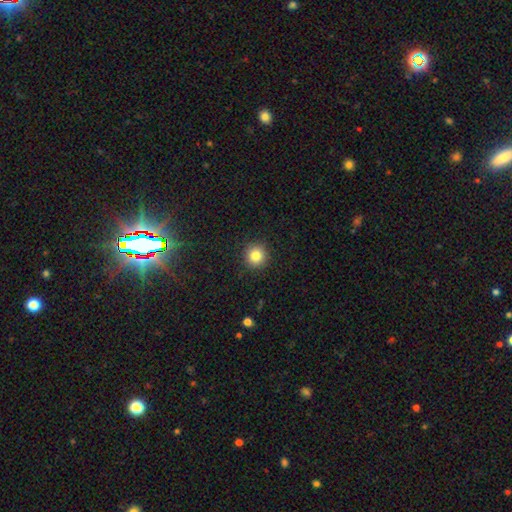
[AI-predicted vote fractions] This appears to be a smooth galaxy with no disk features (83%) that is round (93%). Merging: none (91%).